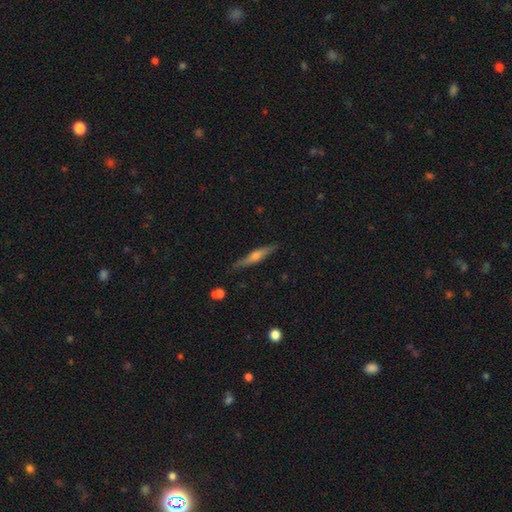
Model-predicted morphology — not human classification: Smooth or featured?
  - featured or disk: 69% *
  - smooth: 24%
  - star or artifact: 7%
Edge-on disk?
  - yes: 97% *
  - no: 3%
Edge-on bulge?
  - rounded: 85% *
  - none: 8%
  - boxy: 7%
Merging?
  - none: 87% *
  - minor disturbance: 9%
  - major disturbance: 2%
  - merger: 2%